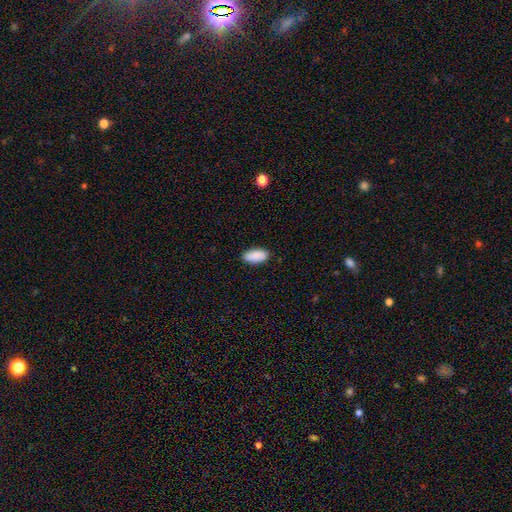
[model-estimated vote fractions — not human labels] Smooth or featured?
  - smooth: 89% *
  - star or artifact: 6%
  - featured or disk: 4%
How rounded?
  - in between: 92% *
  - cigar-shaped: 6%
  - round: 2%
Merging?
  - none: 88% *
  - minor disturbance: 9%
  - major disturbance: 2%
  - merger: 1%